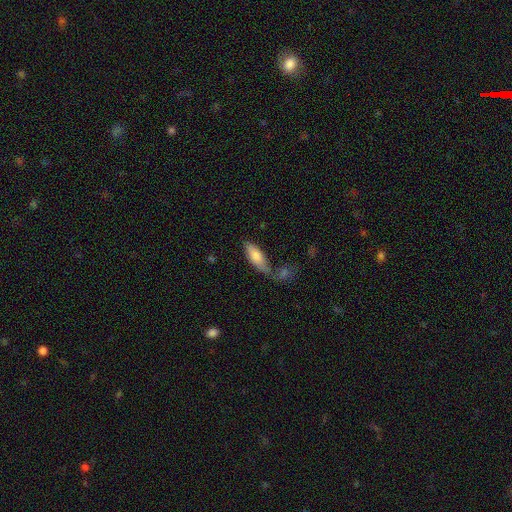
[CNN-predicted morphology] smooth 77%, featured or disk 17%, star or artifact 6%. Down the decision tree: how rounded — in between (66%); merging — none (49%).